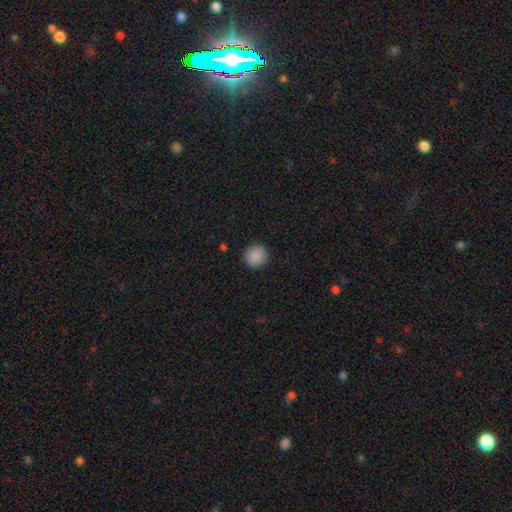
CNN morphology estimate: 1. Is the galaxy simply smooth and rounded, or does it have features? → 89% smooth, 8% star or artifact, 3% featured or disk.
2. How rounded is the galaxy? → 93% round, 7% in between, 1% cigar-shaped.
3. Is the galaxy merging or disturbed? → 91% none, 6% minor disturbance, 2% major disturbance, 1% merger.